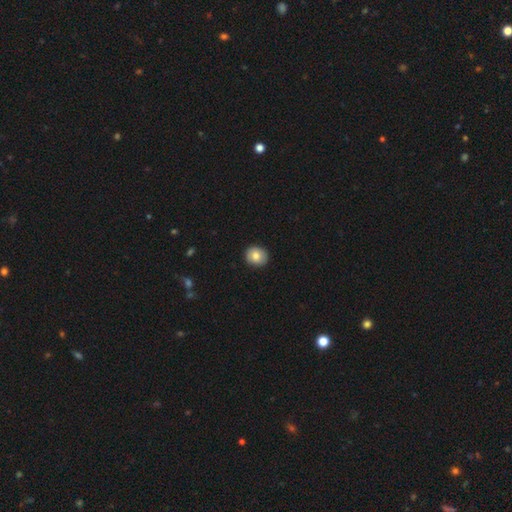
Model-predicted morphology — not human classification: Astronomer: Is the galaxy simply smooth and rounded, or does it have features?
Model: smooth — 81%.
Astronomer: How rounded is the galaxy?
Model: round — 76%.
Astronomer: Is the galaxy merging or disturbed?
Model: none — 90%.